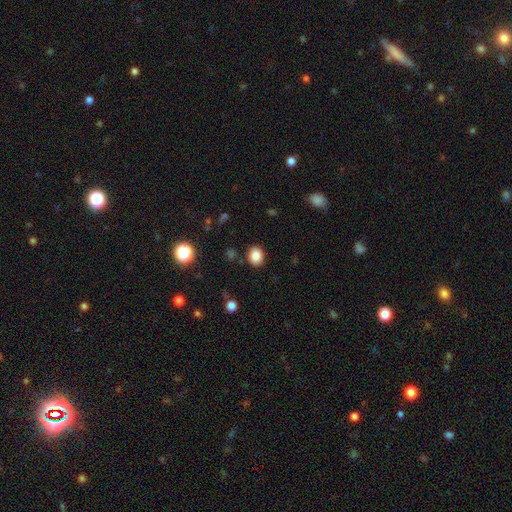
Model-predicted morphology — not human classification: smooth_or_featured: smooth (p=0.85) [alt: star or artifact p=0.10]
how_rounded: round (p=0.58) [alt: in between p=0.41]
merging: none (p=0.89) [alt: minor disturbance p=0.07]